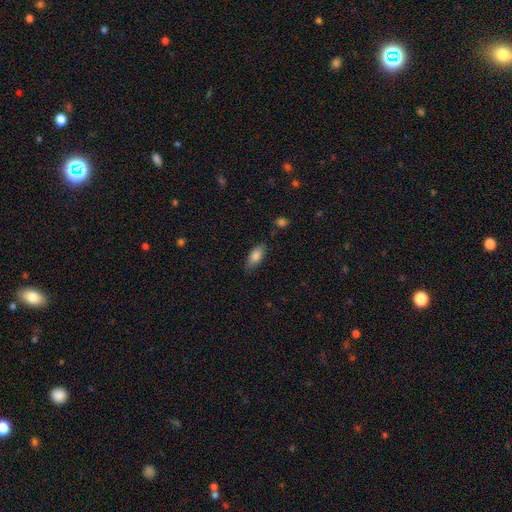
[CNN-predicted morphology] Smooth or featured: smooth — 84% (featured or disk — 9%)
How rounded: in between — 84% (cigar-shaped — 14%)
Merging: none — 80% (minor disturbance — 14%)